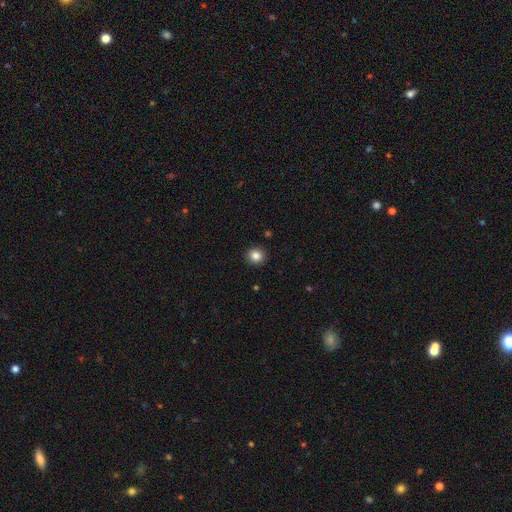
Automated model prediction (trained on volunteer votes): Smooth or featured?
  - smooth: 85% *
  - star or artifact: 11%
  - featured or disk: 5%
How rounded?
  - round: 91% *
  - in between: 8%
  - cigar-shaped: 1%
Merging?
  - none: 92% *
  - minor disturbance: 5%
  - major disturbance: 2%
  - merger: 1%